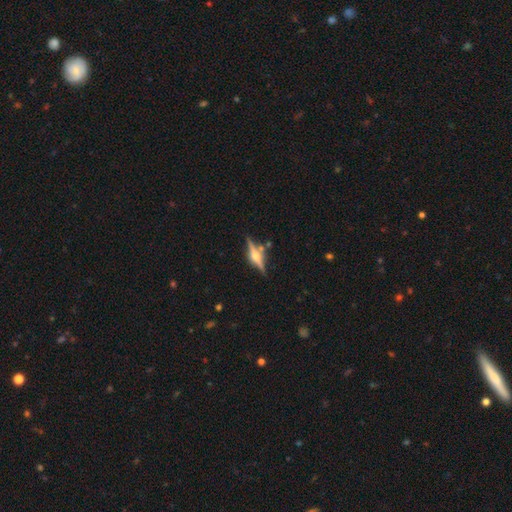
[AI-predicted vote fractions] This is likely a featured or disk galaxy (78%). It is clearly viewed edge-on (97%). Edge-on bulge: clearly rounded (89%). Merging: clearly none (80%).